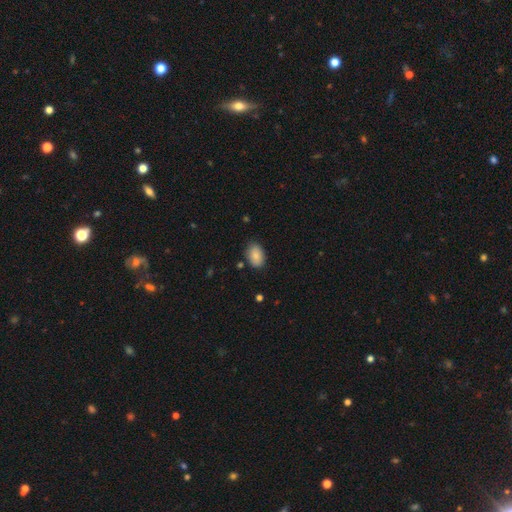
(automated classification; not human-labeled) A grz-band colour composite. It shows a smooth galaxy with no disk features (84%) that is in between round and cigar-shaped (86%). Merging: none (82%).